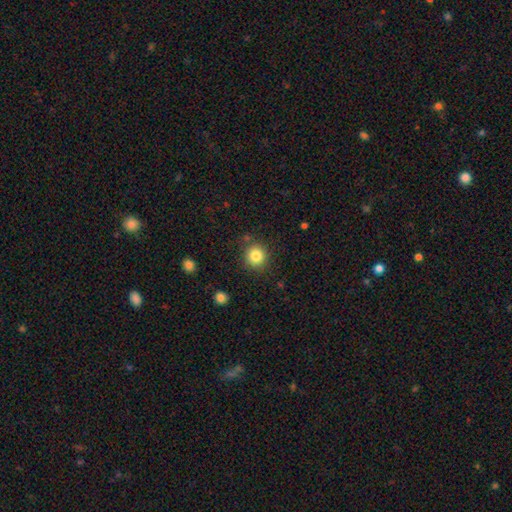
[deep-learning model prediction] A smooth galaxy with no disk features (83%) that is round (90%). Merging: none (85%).